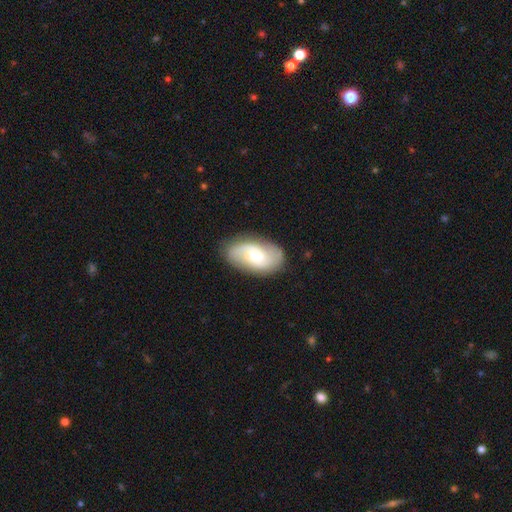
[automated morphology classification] Smooth or featured?
  - featured or disk: 65% *
  - smooth: 29%
  - star or artifact: 6%
Edge-on disk?
  - no: 96% *
  - yes: 4%
Bar?
  - weak: 48% *
  - no: 42%
  - strong: 10%
Spiral arms?
  - yes: 89% *
  - no: 11%
Spiral winding?
  - medium: 43% *
  - tight: 30%
  - loose: 27%
Spiral arm count?
  - 2: 75% *
  - can't tell: 14%
  - 1: 5%
  - 3: 3%
  - 4: 1%
  - more than 4: 1%
Bulge size?
  - moderate: 54% *
  - small: 30%
  - large: 12%
  - none: 3%
  - dominant: 2%
Merging?
  - none: 81% *
  - minor disturbance: 14%
  - major disturbance: 4%
  - merger: 1%